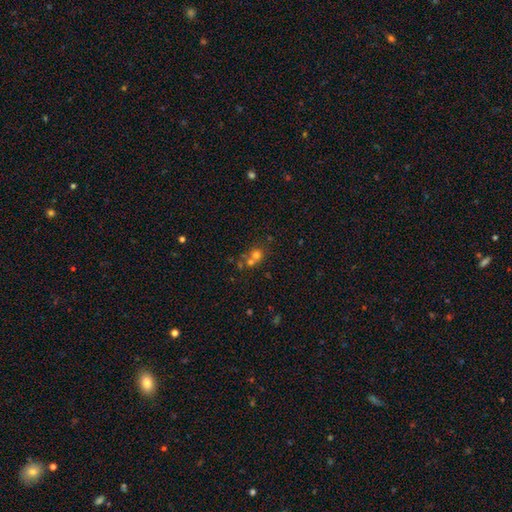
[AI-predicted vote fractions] Smooth or featured: smooth — 58% (star or artifact — 24%)
How rounded: round — 83% (in between — 16%)
Merging: merger — 45% (none — 44%)